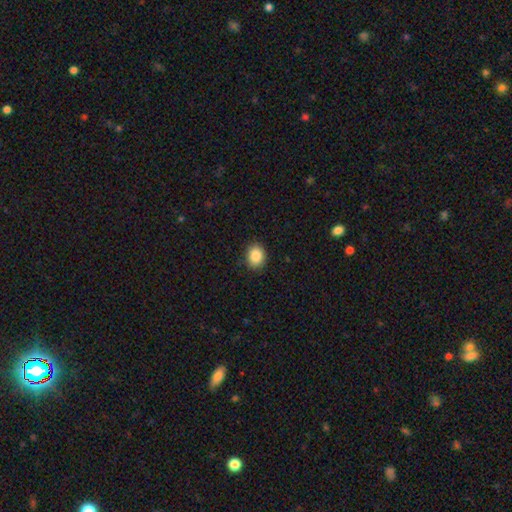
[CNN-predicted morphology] Smooth or featured: smooth — 87% (star or artifact — 9%)
How rounded: round — 56% (in between — 43%)
Merging: none — 89% (minor disturbance — 8%)